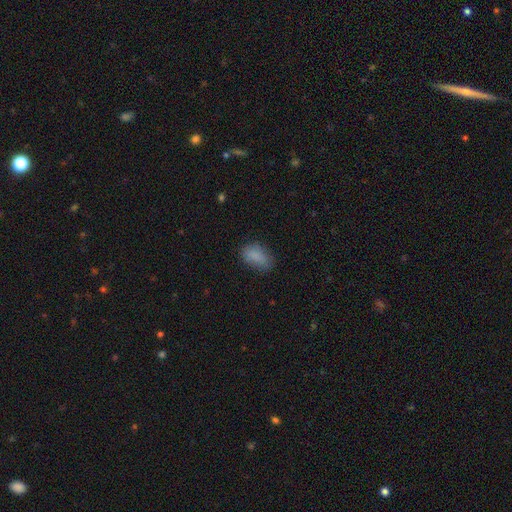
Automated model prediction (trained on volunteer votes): Overall: smooth (84%). How rounded: in between (89%). Merging: none (69%).